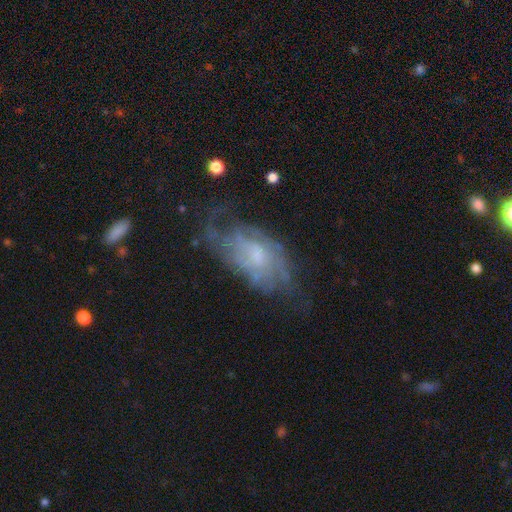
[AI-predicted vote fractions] Morphology: type=featured or disk (71%); edge-on=no (94%); bar=no (64%); spiral arms=yes (75%); winding=tight (40%); arm count=can't tell (55%); bulge=small (45%); merging=none (51%).